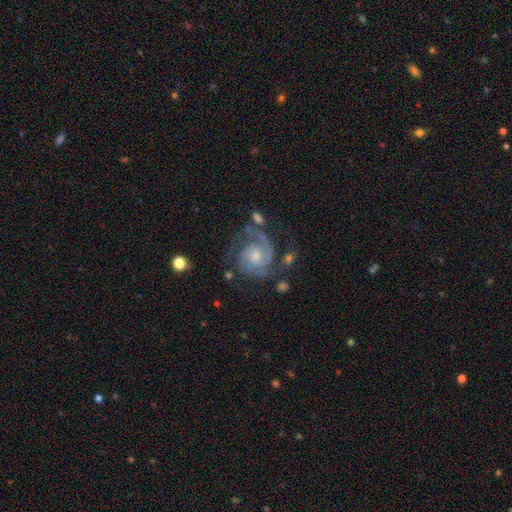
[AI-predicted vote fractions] Smooth or featured? featured or disk (90%)
Edge-on disk? no (98%)
Bar? no (68%)
Spiral arms? yes (98%)
Spiral winding? tight (65%)
Spiral arm count? 2 (74%)
Bulge size? moderate (49%)
Merging? none (68%)